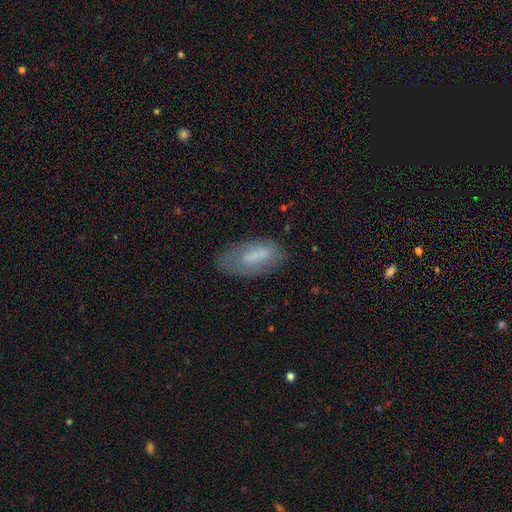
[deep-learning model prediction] This is likely a smooth galaxy (67%). How rounded: clearly in between (86%). Merging: likely none (63%).